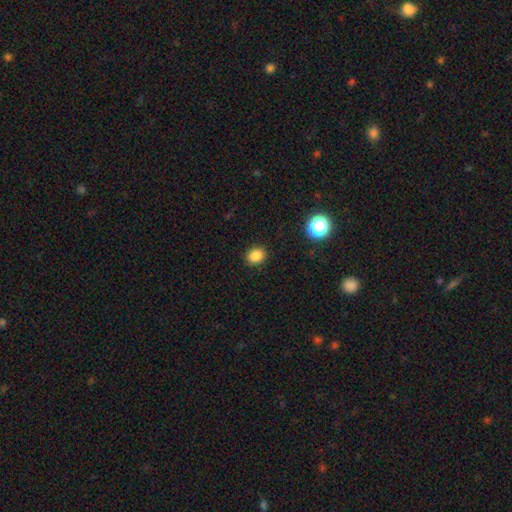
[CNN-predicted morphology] Q: Smooth or featured?
A: smooth (84%); runner-up: star or artifact (12%)
Q: How rounded?
A: round (55%); runner-up: in between (44%)
Q: Merging?
A: none (88%); runner-up: minor disturbance (8%)